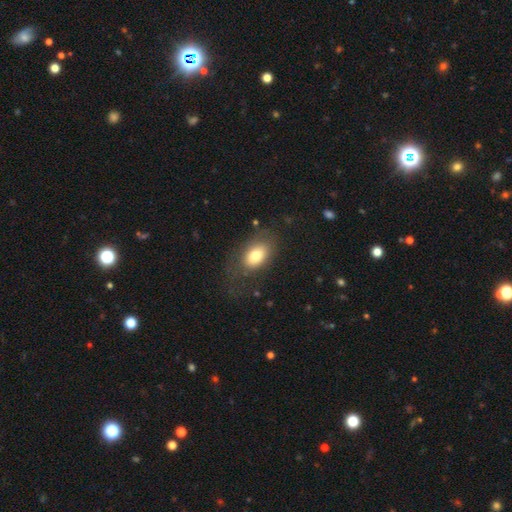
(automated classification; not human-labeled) This appears to be a smooth galaxy with no disk features (76%) that is in between round and cigar-shaped (88%). Merging: none (64%).